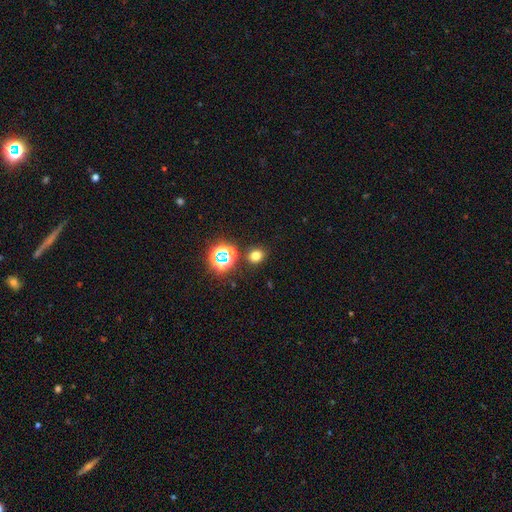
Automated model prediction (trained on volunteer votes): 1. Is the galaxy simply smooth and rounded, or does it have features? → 68% smooth, 25% star or artifact, 7% featured or disk.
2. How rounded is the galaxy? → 69% round, 30% in between, 1% cigar-shaped.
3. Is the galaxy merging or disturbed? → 84% none, 8% minor disturbance, 6% merger, 3% major disturbance.